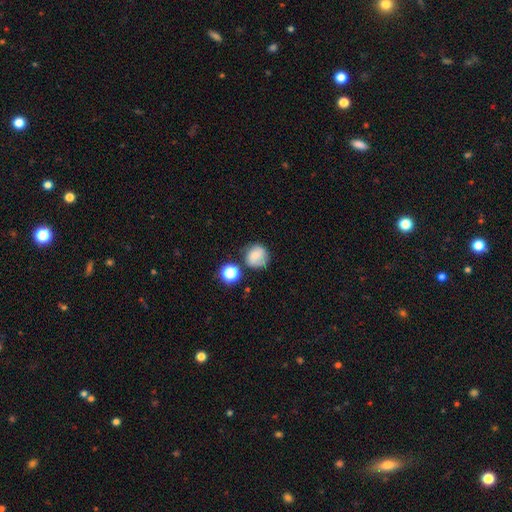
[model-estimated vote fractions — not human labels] Smooth or featured? Predicted: smooth (p=0.56). How rounded? Predicted: round (p=0.85). Merging? Predicted: none (p=0.64).